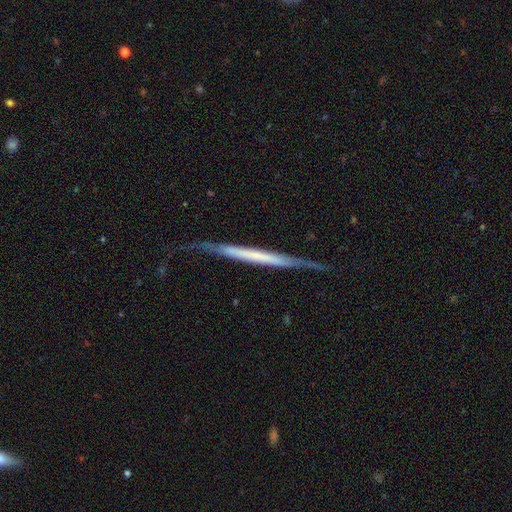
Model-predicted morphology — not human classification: This appears to be a featured or disk galaxy (65%) viewed edge-on (91%) with no central bulge (83%). Merging: none (67%).